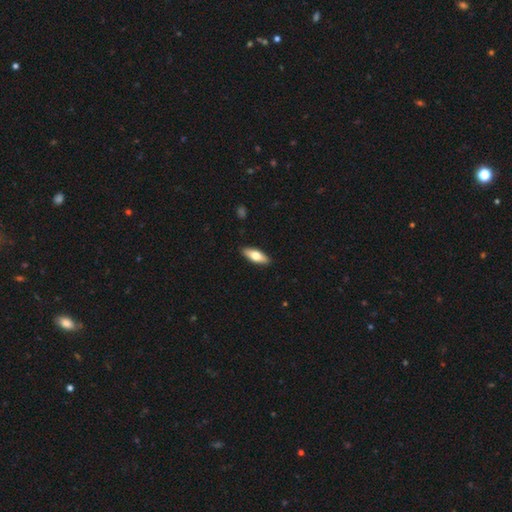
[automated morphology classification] This appears to be a smooth galaxy with no disk features (64%) that is in between round and cigar-shaped (65%). Merging: none (90%).